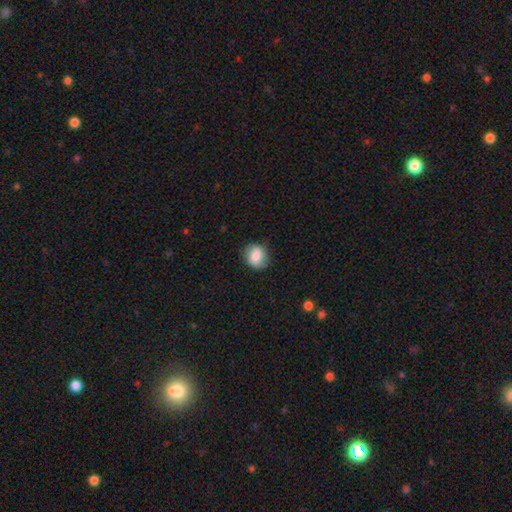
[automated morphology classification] type=smooth (82%); roundness=round (70%); merging=none (79%).